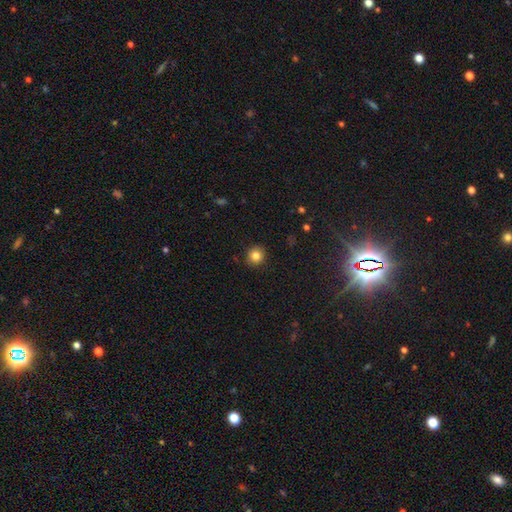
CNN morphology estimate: type=smooth (83%); roundness=round (93%); merging=none (91%).